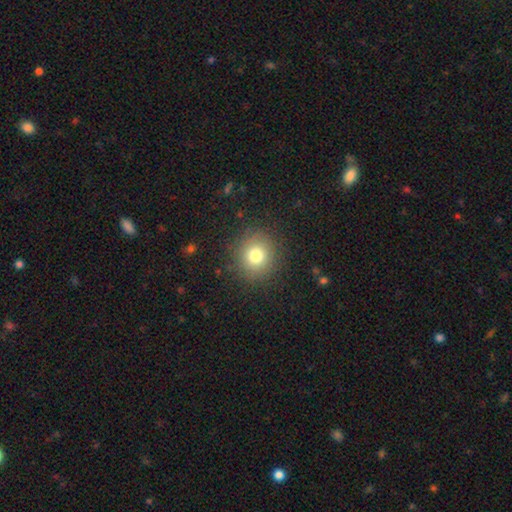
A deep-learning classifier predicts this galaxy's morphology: Smooth or featured?
  - smooth: 77% *
  - star or artifact: 13%
  - featured or disk: 10%
How rounded?
  - round: 90% *
  - in between: 9%
  - cigar-shaped: 1%
Merging?
  - none: 88% *
  - minor disturbance: 8%
  - major disturbance: 3%
  - merger: 1%